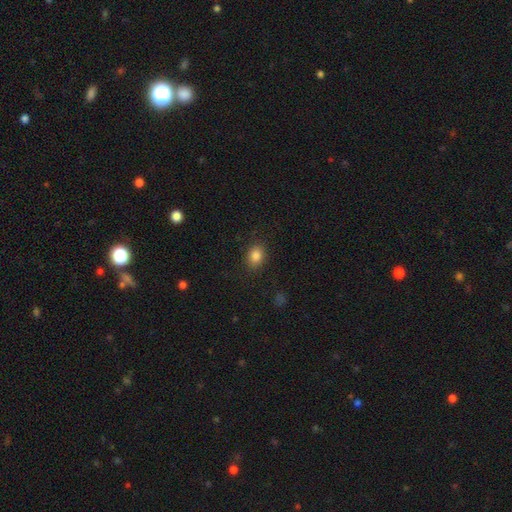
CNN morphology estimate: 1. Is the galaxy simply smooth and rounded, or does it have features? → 84% smooth, 10% star or artifact, 6% featured or disk.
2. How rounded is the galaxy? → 60% in between, 39% round, 1% cigar-shaped.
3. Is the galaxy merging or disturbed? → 86% none, 10% minor disturbance, 3% major disturbance, 1% merger.